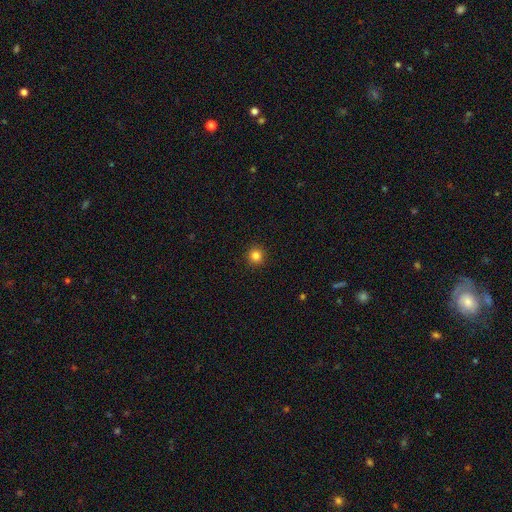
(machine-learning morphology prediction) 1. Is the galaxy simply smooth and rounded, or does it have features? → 83% smooth, 12% star or artifact, 4% featured or disk.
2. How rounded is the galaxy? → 95% round, 4% in between, 1% cigar-shaped.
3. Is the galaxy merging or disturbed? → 93% none, 5% minor disturbance, 2% major disturbance, 1% merger.